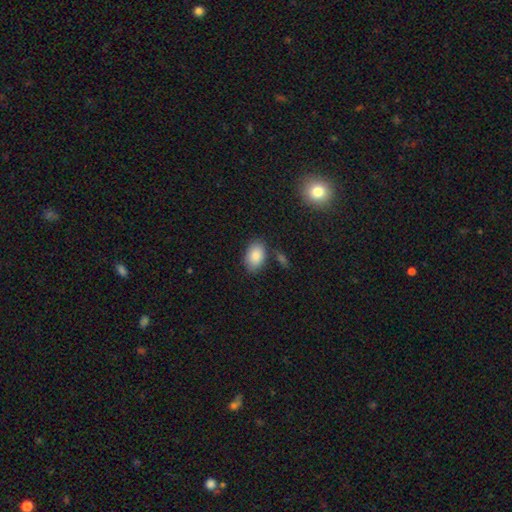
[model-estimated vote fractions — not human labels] This appears to be a smooth galaxy with no disk features (87%) that is in between round and cigar-shaped (90%). Merging: none (77%).